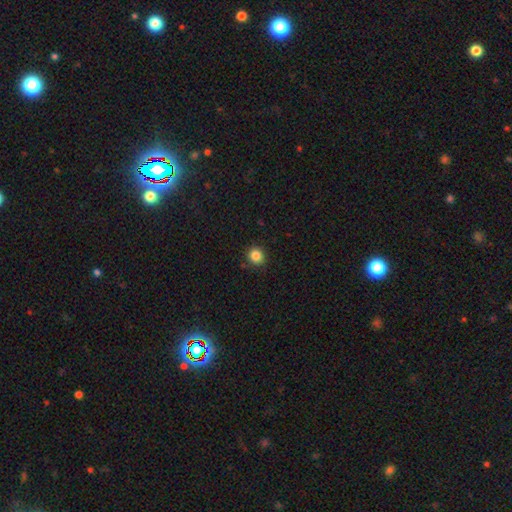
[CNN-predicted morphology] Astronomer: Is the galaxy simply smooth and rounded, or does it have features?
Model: smooth — 85%.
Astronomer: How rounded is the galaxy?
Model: round — 85%.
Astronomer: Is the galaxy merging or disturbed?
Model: none — 88%.